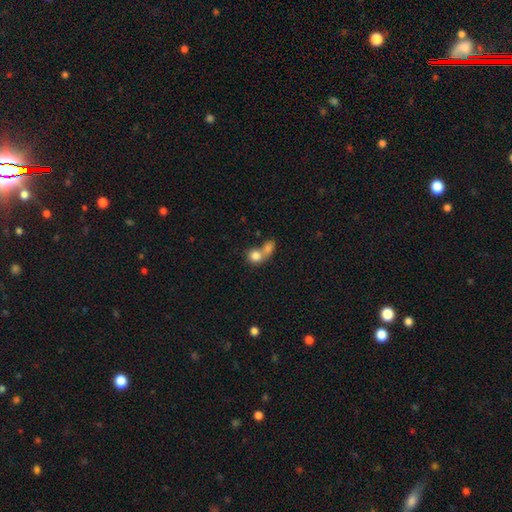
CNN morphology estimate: type=smooth (79%); roundness=round (69%); merging=merger (67%).